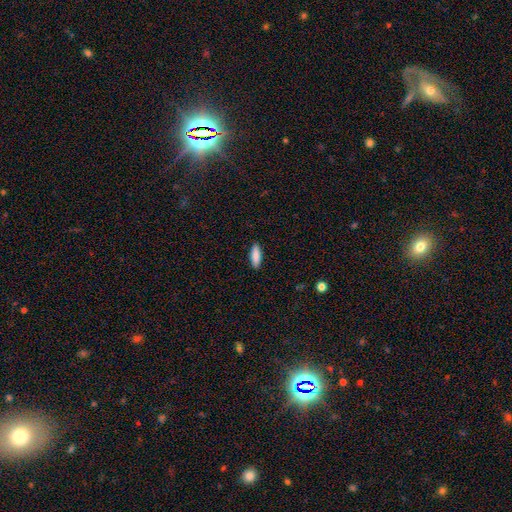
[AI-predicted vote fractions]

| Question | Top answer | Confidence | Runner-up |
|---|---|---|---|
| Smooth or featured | smooth | 88% | featured or disk (6%) |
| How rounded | in between | 56% | cigar-shaped (42%) |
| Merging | none | 90% | minor disturbance (8%) |